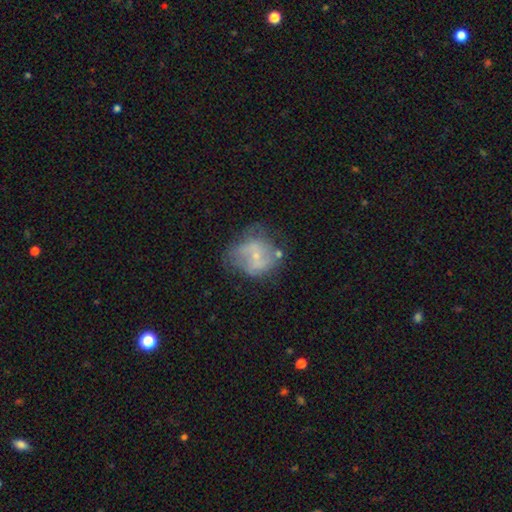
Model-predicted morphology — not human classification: The model was most divided on "spiral arms": yes: 58%, no: 42%. Remaining: edge-on disk — no (97%); bulge size — small (71%); bar — no (61%); smooth or featured — featured or disk (60%); merging — none (44%).